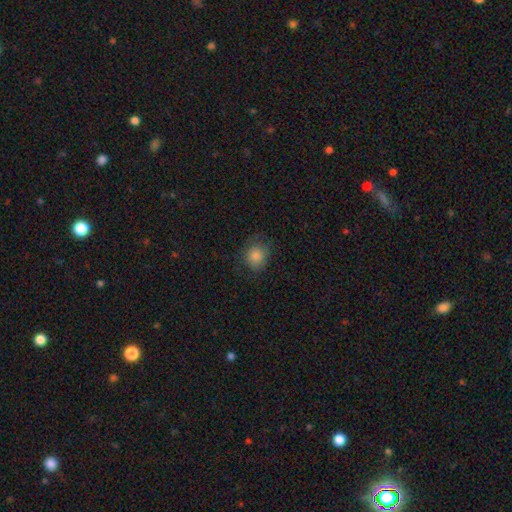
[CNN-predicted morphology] Smooth or featured? smooth (83%)
How rounded? round (76%)
Merging? none (75%)